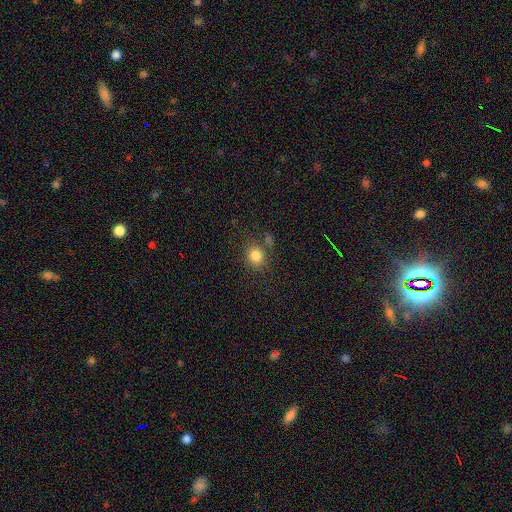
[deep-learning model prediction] smooth_or_featured: smooth (p=0.82) [alt: star or artifact p=0.12]
how_rounded: round (p=0.75) [alt: in between p=0.24]
merging: none (p=0.74) [alt: minor disturbance p=0.13]